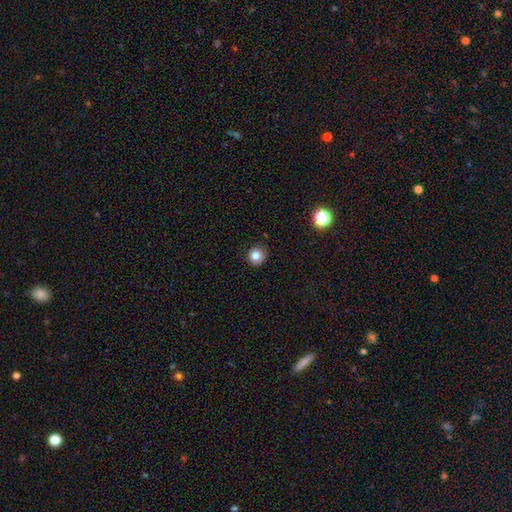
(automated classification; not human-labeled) Smooth or featured? Predicted: smooth (p=0.82). How rounded? Predicted: round (p=0.92). Merging? Predicted: none (p=0.89).